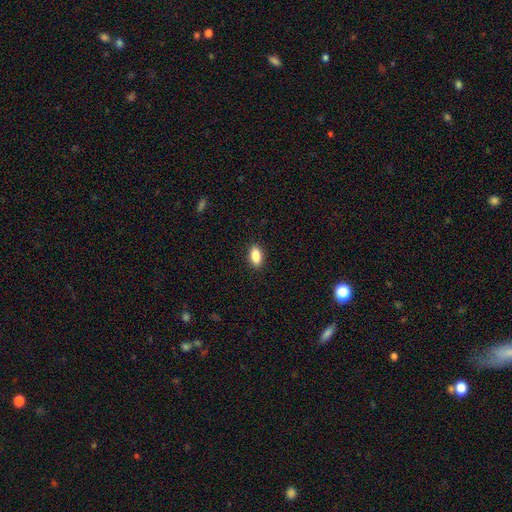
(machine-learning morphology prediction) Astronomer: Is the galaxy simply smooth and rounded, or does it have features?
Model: smooth — 87%.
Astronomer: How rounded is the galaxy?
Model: in between — 88%.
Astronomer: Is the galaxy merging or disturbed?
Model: none — 89%.